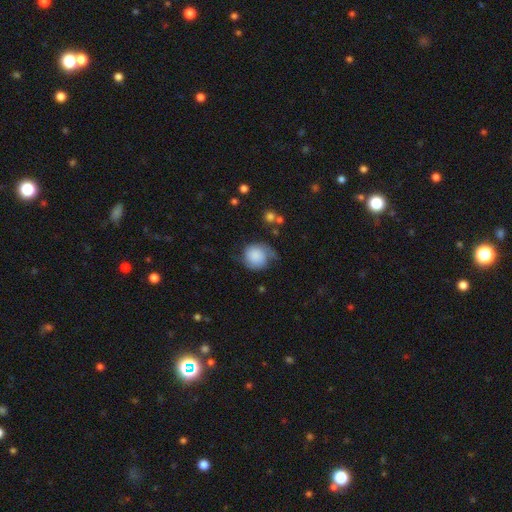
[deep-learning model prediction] Smooth or featured?
  - smooth: 54% *
  - featured or disk: 37%
  - star or artifact: 9%
How rounded?
  - round: 83% *
  - in between: 16%
  - cigar-shaped: 1%
Merging?
  - none: 51% *
  - minor disturbance: 30%
  - major disturbance: 16%
  - merger: 3%